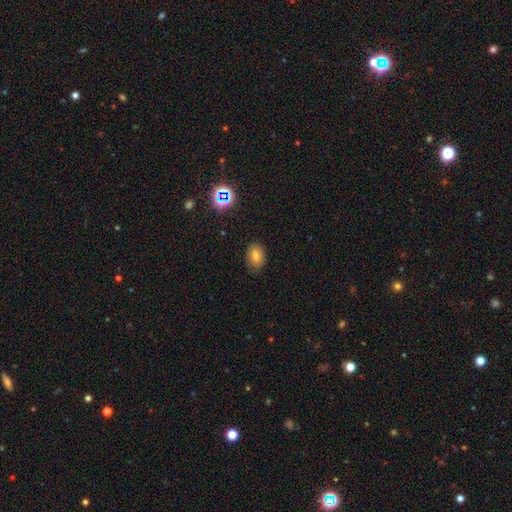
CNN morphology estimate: A smooth galaxy with no disk features (72%) that is in between round and cigar-shaped (83%).

Vote fractions:
- Smooth or featured? smooth: 72% / star or artifact: 15% / featured or disk: 13%
- How rounded? in between: 83% / round: 16% / cigar-shaped: 1%
- Merging? none: 81% / minor disturbance: 15% / major disturbance: 3% / merger: 1%